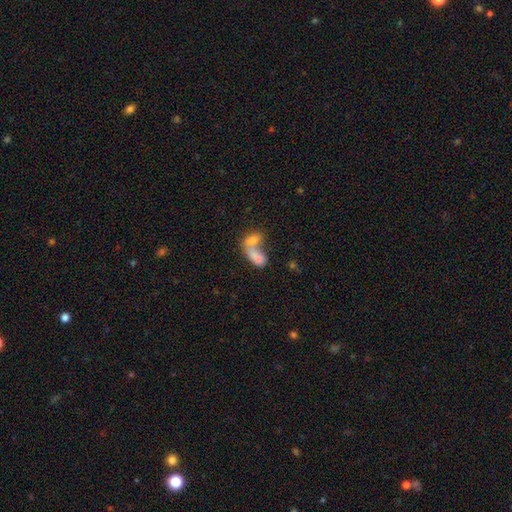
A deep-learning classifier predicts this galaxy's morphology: A smooth galaxy with no disk features (75%) that is in between round and cigar-shaped (83%). Merging: merger (73%).